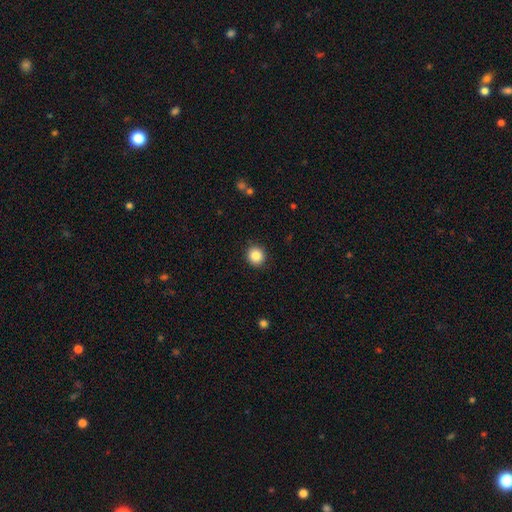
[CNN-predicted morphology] smooth-or-featured: smooth: 86% | star or artifact: 9% | featured or disk: 4%
  how-rounded: round: 90% | in between: 9% | cigar-shaped: 1%
  merging: none: 91% | minor disturbance: 6% | major disturbance: 2% | merger: 1%